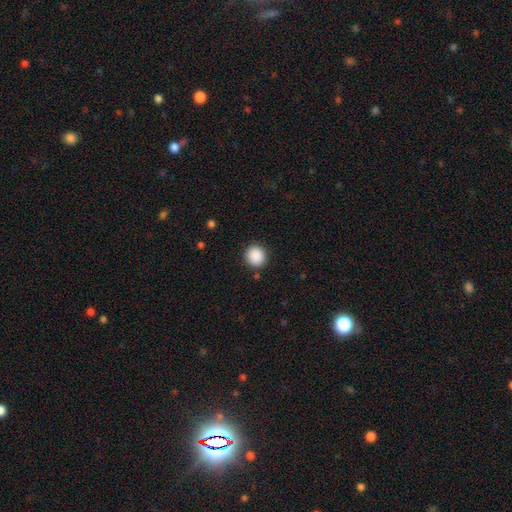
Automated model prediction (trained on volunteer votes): Smooth or featured? Predicted: smooth (p=0.89). How rounded? Predicted: round (p=0.91). Merging? Predicted: none (p=0.90).